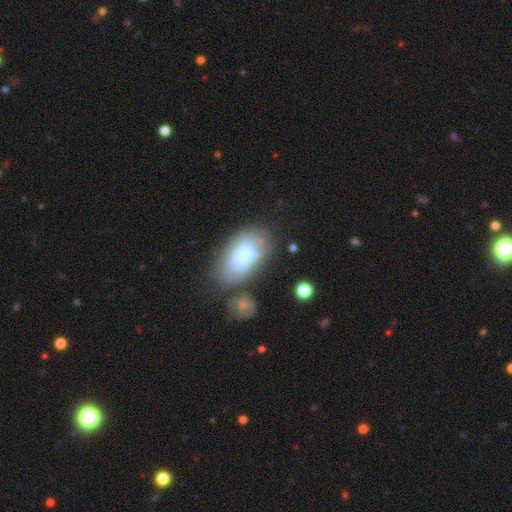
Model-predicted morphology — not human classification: This appears to be a smooth galaxy with no disk features (73%) that is in between round and cigar-shaped (91%). Merging: none (65%).